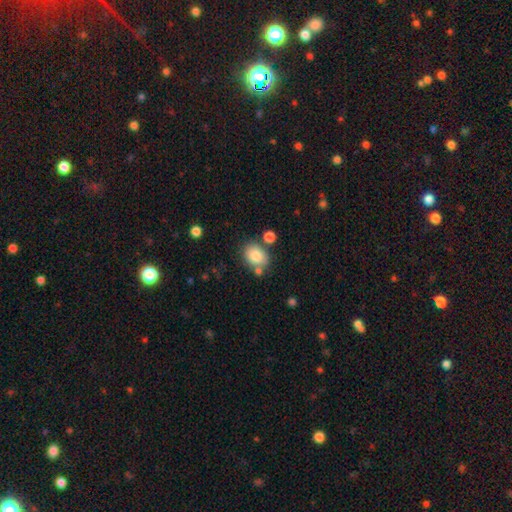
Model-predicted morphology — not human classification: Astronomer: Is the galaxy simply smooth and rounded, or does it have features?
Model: smooth — 82%.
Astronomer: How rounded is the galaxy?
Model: in between — 54% (runner-up: round, 45%).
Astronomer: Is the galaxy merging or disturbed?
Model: none — 68%.